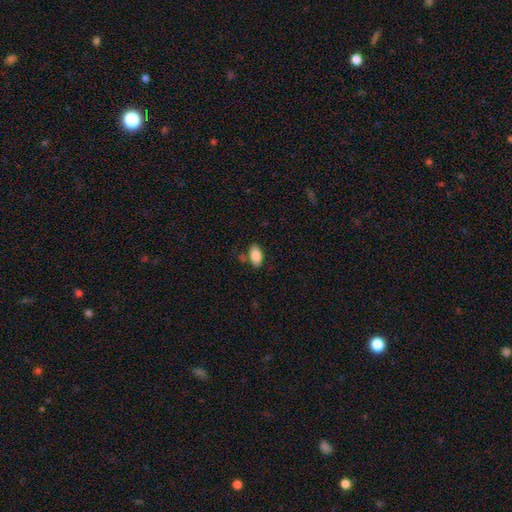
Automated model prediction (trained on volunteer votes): Q: Smooth or featured?
A: smooth (84%); runner-up: featured or disk (9%)
Q: How rounded?
A: in between (93%); runner-up: round (4%)
Q: Merging?
A: none (77%); runner-up: minor disturbance (13%)